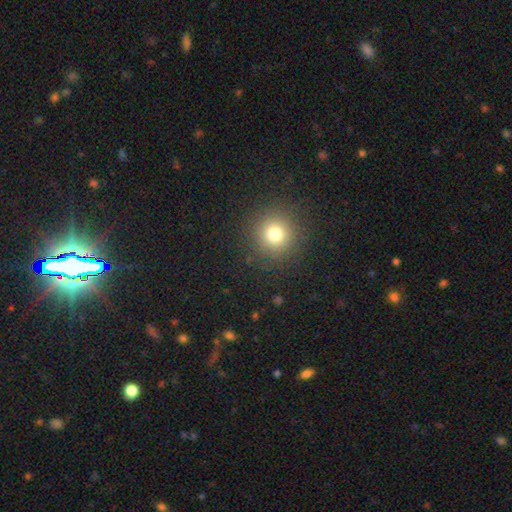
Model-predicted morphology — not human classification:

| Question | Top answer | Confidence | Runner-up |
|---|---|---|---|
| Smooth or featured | smooth | 62% | star or artifact (31%) |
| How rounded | round | 95% | in between (4%) |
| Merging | none | 92% | minor disturbance (4%) |